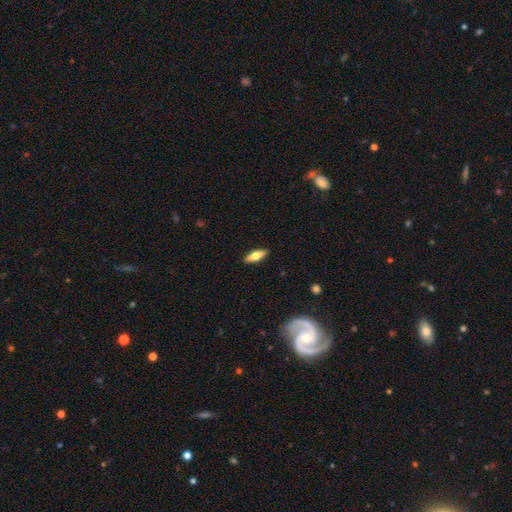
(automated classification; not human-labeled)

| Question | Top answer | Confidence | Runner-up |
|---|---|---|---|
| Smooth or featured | smooth | 57% | featured or disk (37%) |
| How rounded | in between | 61% | cigar-shaped (36%) |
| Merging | none | 90% | minor disturbance (7%) |